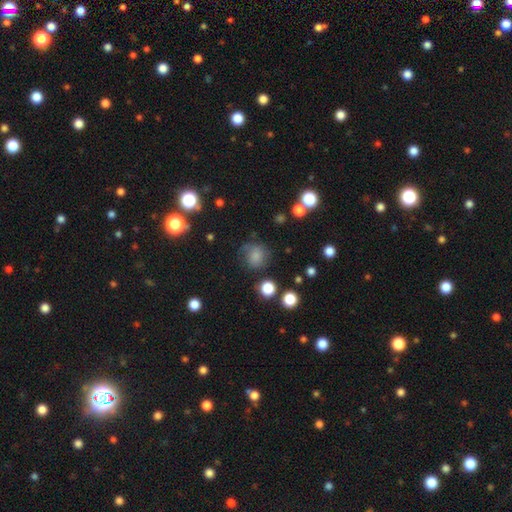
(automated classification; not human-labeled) Overall: smooth (77%). How rounded: round (84%). Merging: none (65%).